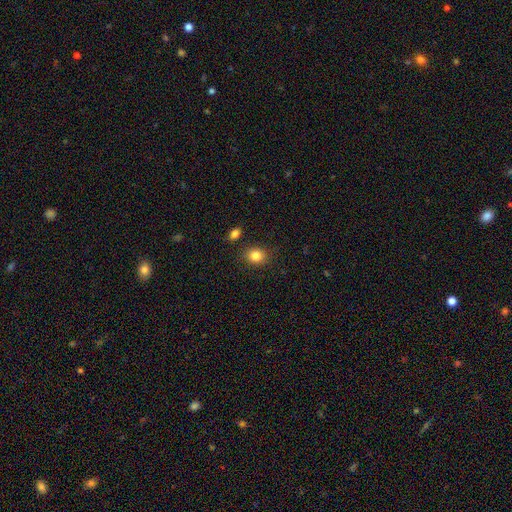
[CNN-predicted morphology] Smooth or featured? smooth (84%)
How rounded? round (58%)
Merging? none (85%)